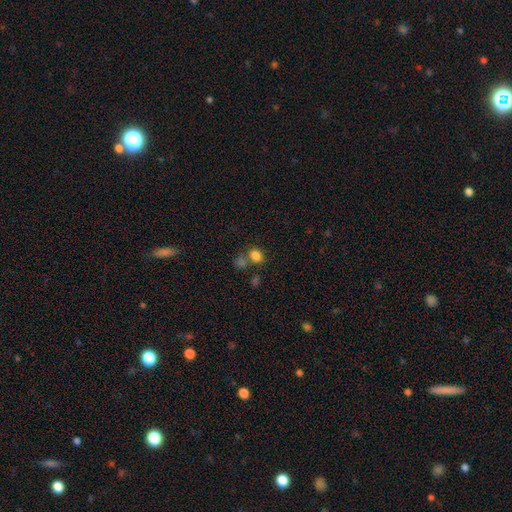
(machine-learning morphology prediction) This appears to be a smooth galaxy with no disk features (81%) that is in between round and cigar-shaped (57%). Merging: none (57%).